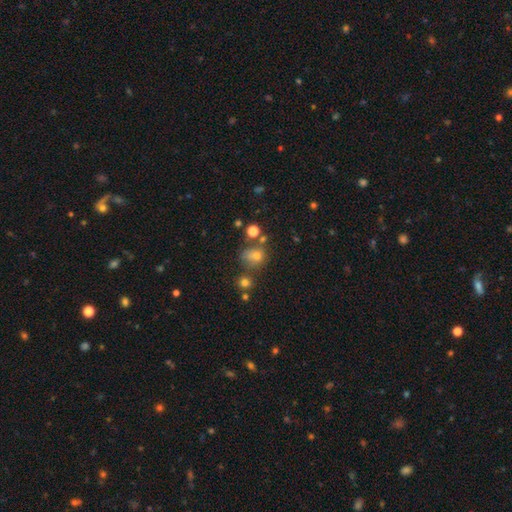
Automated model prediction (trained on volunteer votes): smooth_or_featured: smooth (p=0.64) [alt: star or artifact p=0.22]
how_rounded: round (p=0.68) [alt: in between p=0.31]
merging: none (p=0.58) [alt: minor disturbance p=0.17]